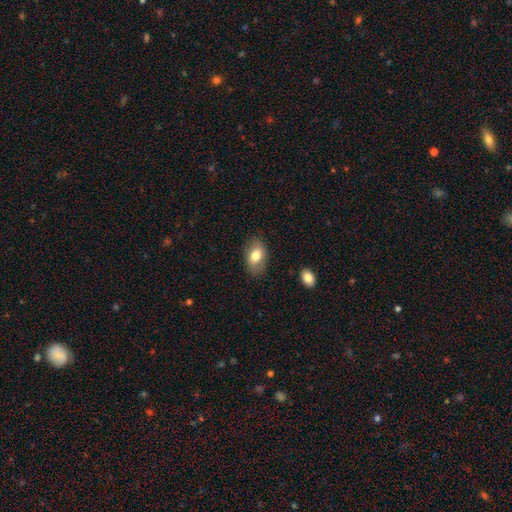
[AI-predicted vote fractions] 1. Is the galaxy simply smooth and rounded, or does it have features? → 75% smooth, 17% featured or disk, 7% star or artifact.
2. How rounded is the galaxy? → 89% in between, 10% round, 1% cigar-shaped.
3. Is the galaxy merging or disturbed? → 81% none, 14% minor disturbance, 4% major disturbance, 1% merger.